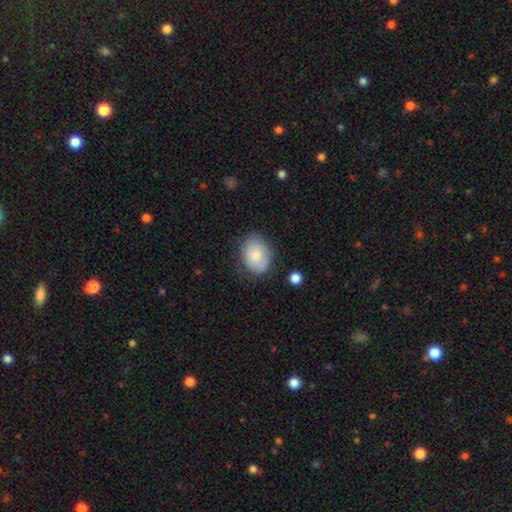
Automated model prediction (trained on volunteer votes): Overall: smooth (76%). How rounded: in between (64%; round 35%). Merging: none (72%).